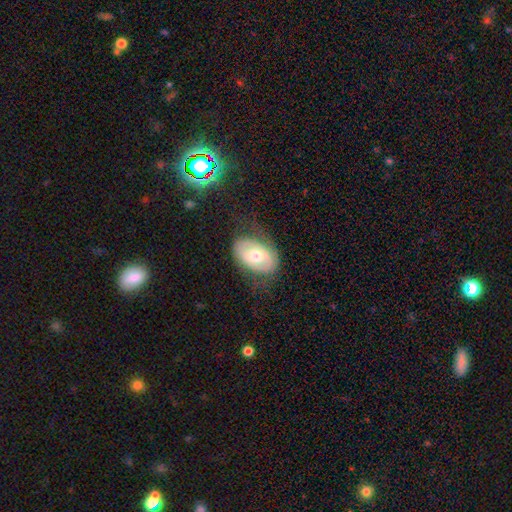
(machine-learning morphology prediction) Overall: smooth (47%; featured or disk 46%). Merging: none (67%).